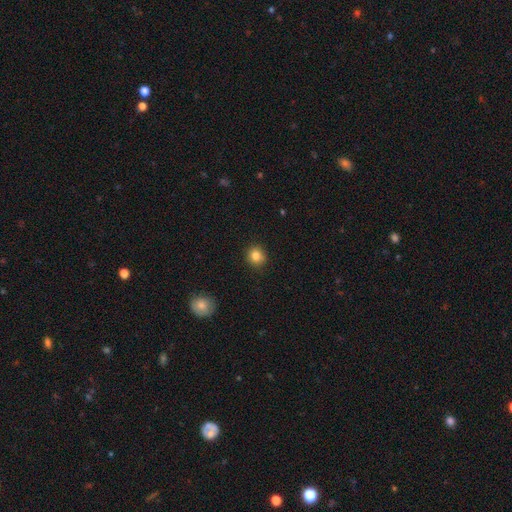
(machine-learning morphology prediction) The model was most divided on "smooth or featured": smooth: 84%, star or artifact: 11%, featured or disk: 5%. More confident: merging — none (90%); how rounded — round (89%).